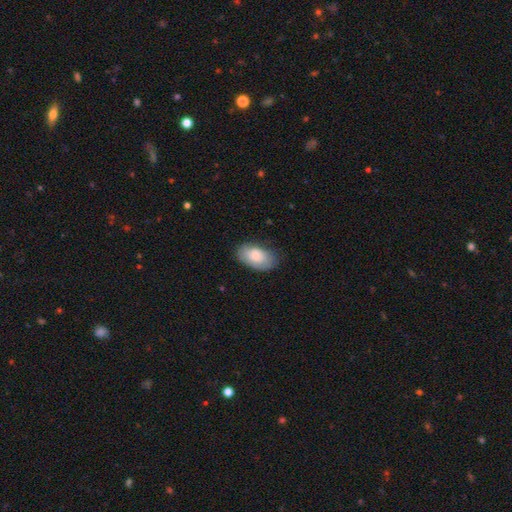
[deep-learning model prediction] The model was most divided on "smooth or featured": smooth: 69%, featured or disk: 25%, star or artifact: 6%. More confident: how rounded — in between (93%); merging — none (72%).